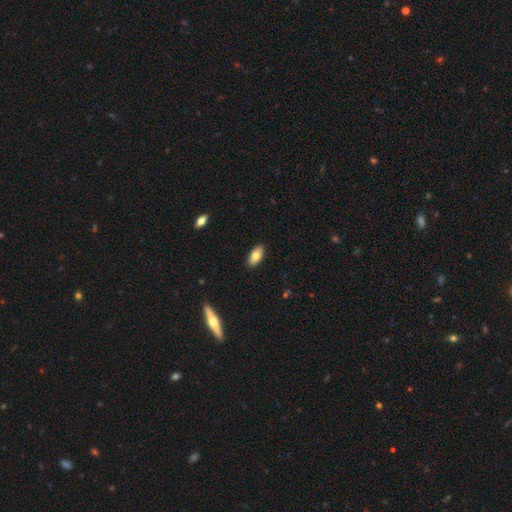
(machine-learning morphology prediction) This appears to be a smooth galaxy with no disk features (77%) that is in between round and cigar-shaped (91%). Merging: none (89%).